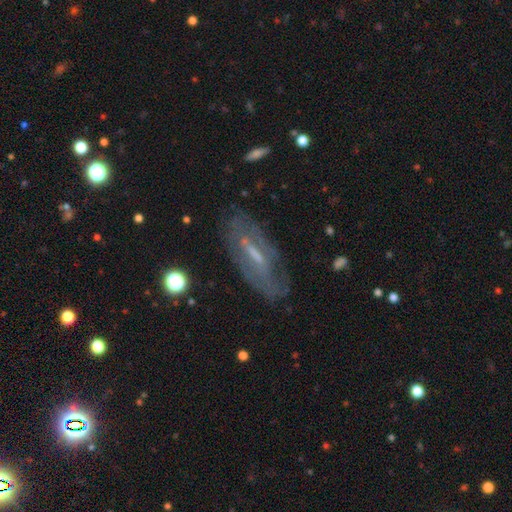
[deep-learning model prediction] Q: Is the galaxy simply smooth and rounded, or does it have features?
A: featured or disk — 68%.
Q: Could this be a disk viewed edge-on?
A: no — 76%.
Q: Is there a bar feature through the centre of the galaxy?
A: weak — 42%.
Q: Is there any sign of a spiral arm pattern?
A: yes — 61%.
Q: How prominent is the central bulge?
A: small — 41%.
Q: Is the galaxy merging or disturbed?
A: none — 71%.